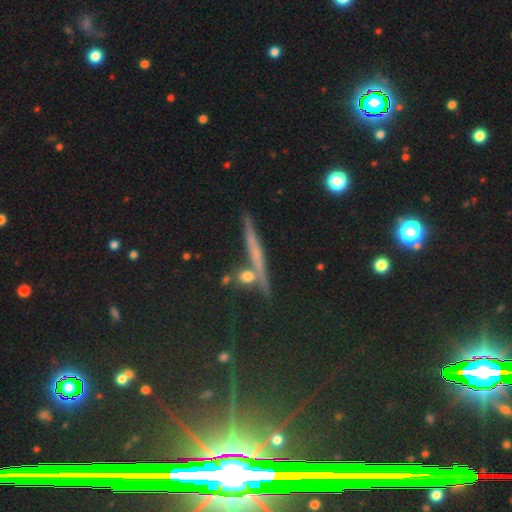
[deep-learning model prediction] Morphology: type=featured or disk (44%); merging=none (81%).